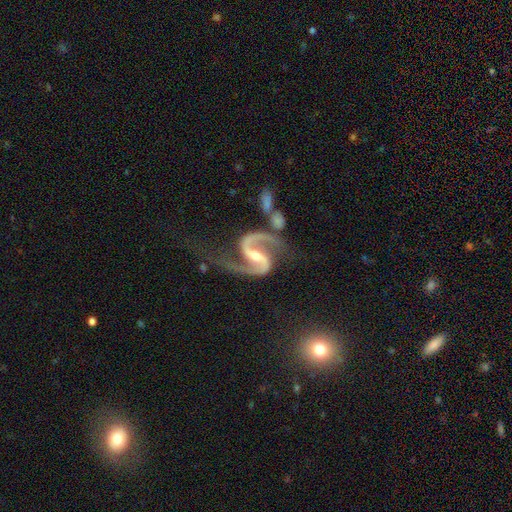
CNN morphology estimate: Overall: featured or disk (94%). Edge-on disk: no (98%). Bar: strong (52%; weak 34%). Spiral arms: yes (99%). Spiral arm count: 2 (95%). Spiral winding: medium (58%; loose 29%). Bulge size: small (52%; moderate 43%). Merging: none (57%; minor disturbance 20%).